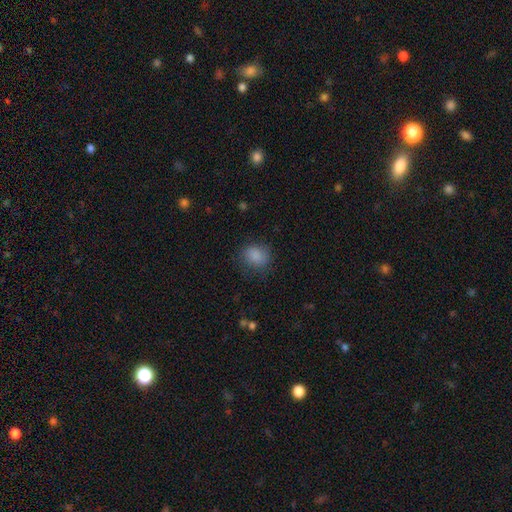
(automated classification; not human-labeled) Smooth or featured? Predicted: smooth (p=0.85). How rounded? Predicted: round (p=0.57). Merging? Predicted: none (p=0.74).